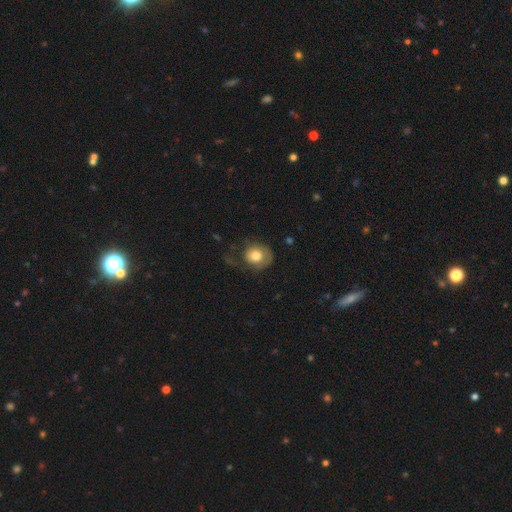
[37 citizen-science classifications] This appears to be a smooth galaxy with no disk features (81%) that is round (63%). Merging: minor disturbance (42%).